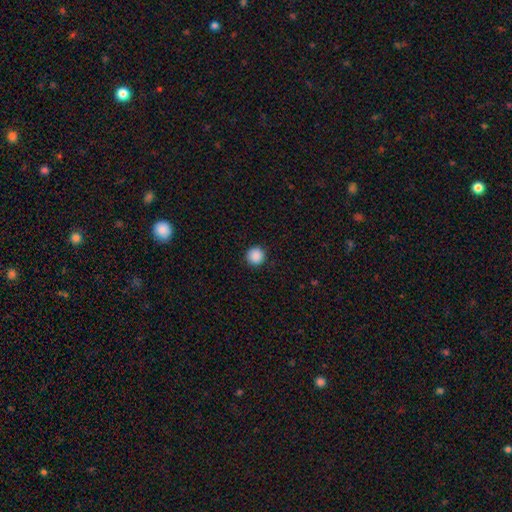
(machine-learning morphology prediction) Q: Smooth or featured?
A: smooth (89%); runner-up: star or artifact (9%)
Q: How rounded?
A: round (96%); runner-up: in between (3%)
Q: Merging?
A: none (92%); runner-up: minor disturbance (5%)